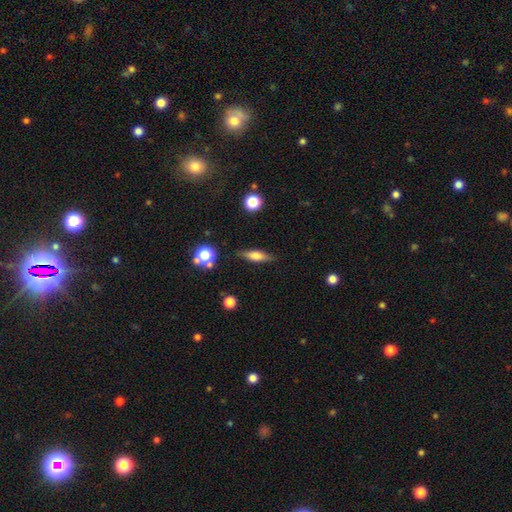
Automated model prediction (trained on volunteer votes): Smooth or featured?
  - smooth: 57% *
  - featured or disk: 35%
  - star or artifact: 8%
How rounded?
  - cigar-shaped: 57% *
  - in between: 38%
  - round: 4%
Merging?
  - none: 83% *
  - minor disturbance: 11%
  - major disturbance: 3%
  - merger: 3%